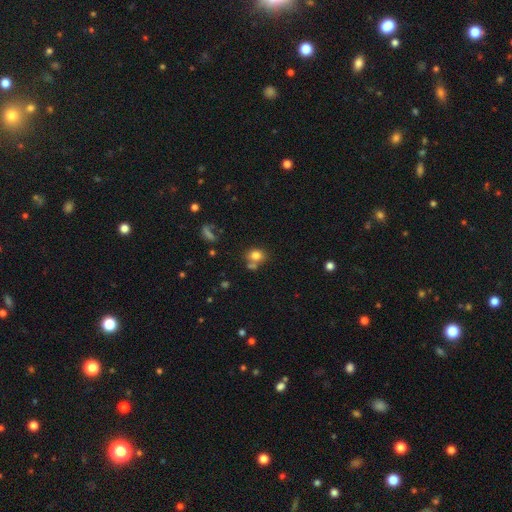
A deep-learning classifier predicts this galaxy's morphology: Q: Smooth or featured?
A: smooth (79%); runner-up: star or artifact (12%)
Q: How rounded?
A: round (64%); runner-up: in between (35%)
Q: Merging?
A: none (56%); runner-up: merger (24%)